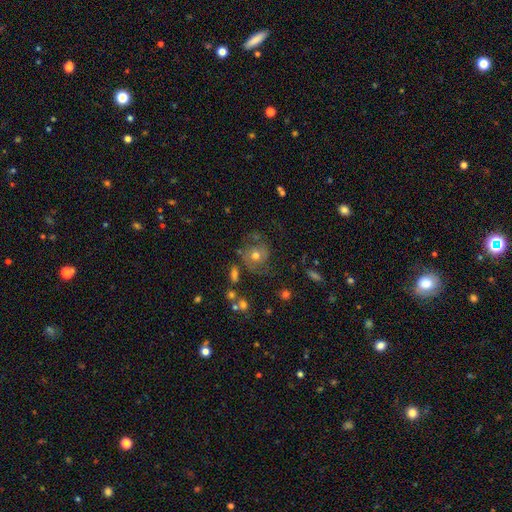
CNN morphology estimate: Smooth or featured? featured or disk (49%)
Merging? none (59%)